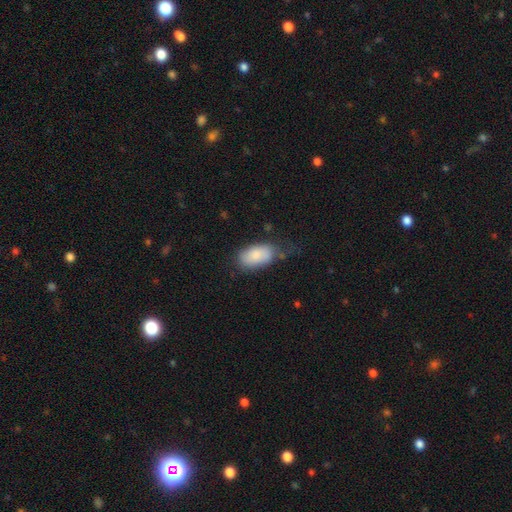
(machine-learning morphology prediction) smooth_or_featured: smooth (p=0.82) [alt: featured or disk p=0.12]
how_rounded: in between (p=0.93) [alt: round p=0.04]
merging: none (p=0.56) [alt: minor disturbance p=0.30]